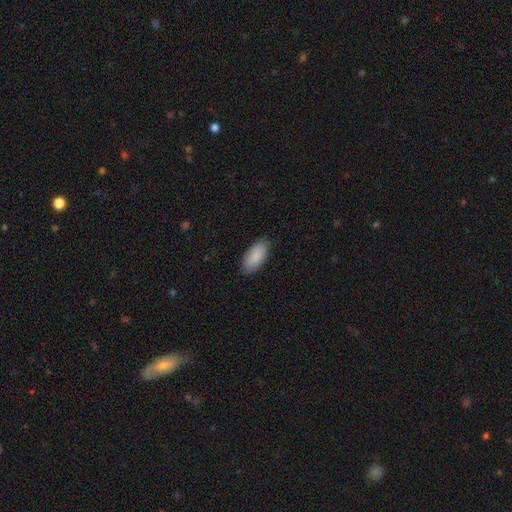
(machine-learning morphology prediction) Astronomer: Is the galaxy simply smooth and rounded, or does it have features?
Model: smooth — 89%.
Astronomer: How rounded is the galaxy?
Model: in between — 91%.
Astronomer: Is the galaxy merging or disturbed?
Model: none — 86%.